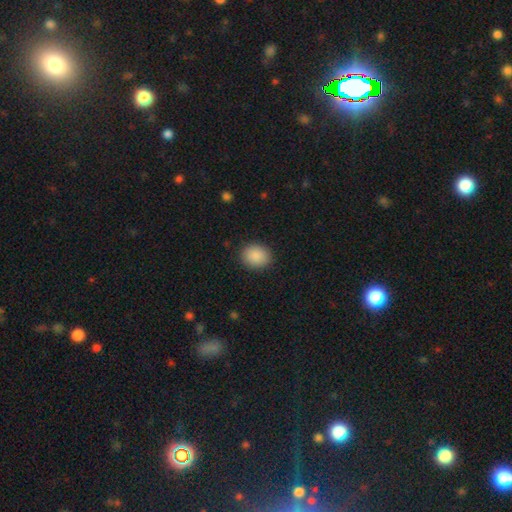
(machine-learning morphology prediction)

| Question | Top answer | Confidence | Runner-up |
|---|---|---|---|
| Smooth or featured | smooth | 89% | star or artifact (8%) |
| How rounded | round | 65% | in between (34%) |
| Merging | none | 89% | minor disturbance (7%) |